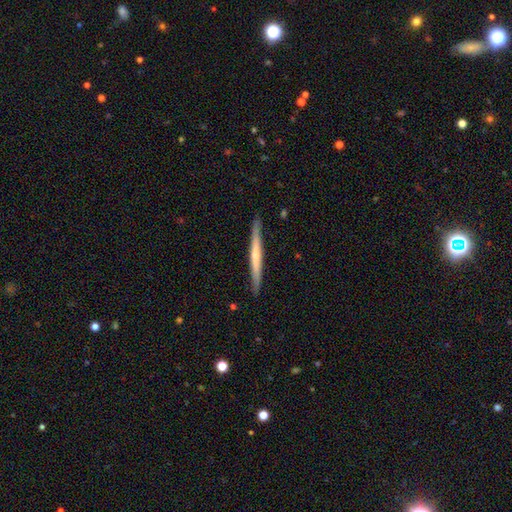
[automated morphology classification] smooth_or_featured: featured or disk (p=0.56) [alt: smooth p=0.39]
disk_edge_on: yes (p=0.97) [alt: no p=0.03]
edge_on_bulge: none (p=0.55) [alt: rounded p=0.39]
merging: none (p=0.90) [alt: minor disturbance p=0.07]